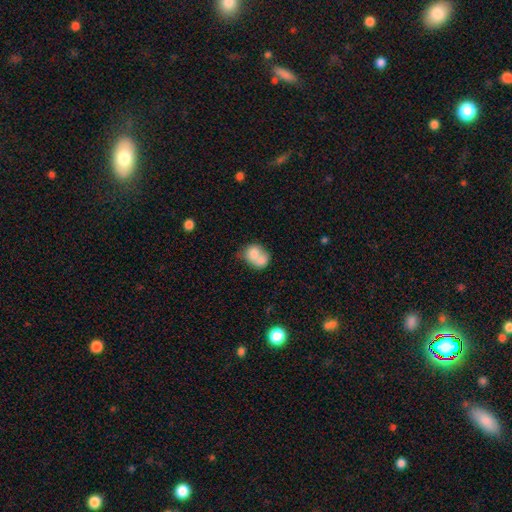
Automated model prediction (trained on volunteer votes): A smooth galaxy with no disk features (74%) that is round (53%). Merging: merger (67%).